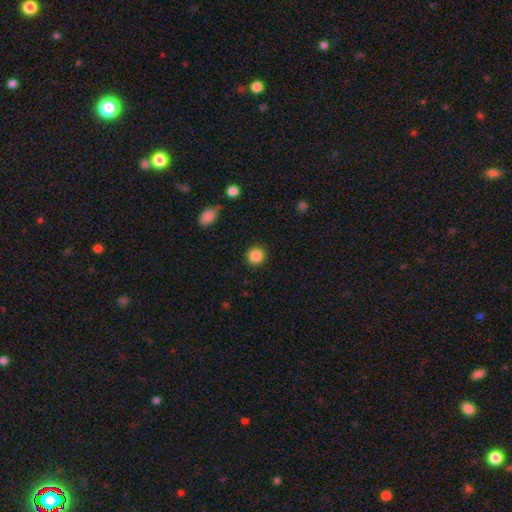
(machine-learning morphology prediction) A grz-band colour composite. It shows a smooth galaxy with no disk features (87%) that is round (91%). Merging: none (91%).